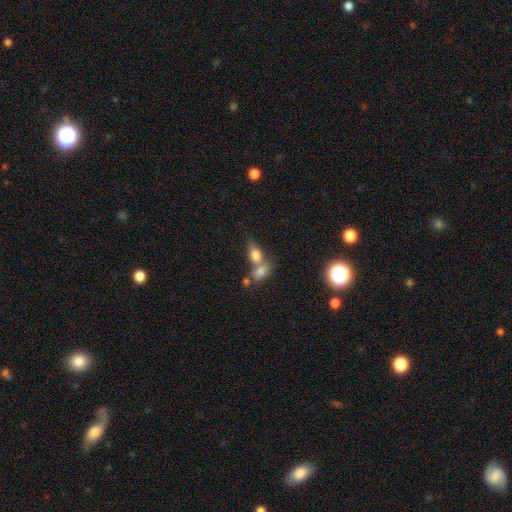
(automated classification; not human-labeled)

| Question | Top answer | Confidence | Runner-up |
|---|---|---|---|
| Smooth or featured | smooth | 70% | featured or disk (19%) |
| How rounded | in between | 72% | round (19%) |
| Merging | merger | 56% | none (28%) |